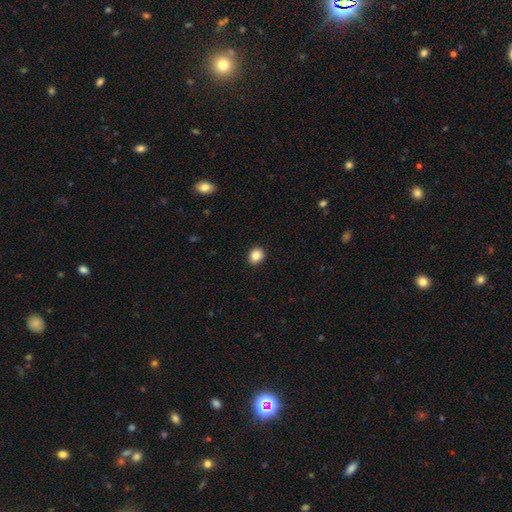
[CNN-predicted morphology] Smooth or featured? smooth (85%)
How rounded? round (74%)
Merging? none (92%)